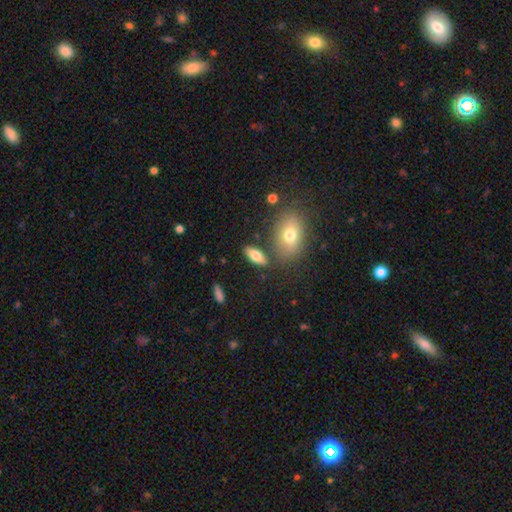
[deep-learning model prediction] This appears to be a smooth galaxy with no disk features (74%) that is in between round and cigar-shaped (78%). Merging: none (78%).